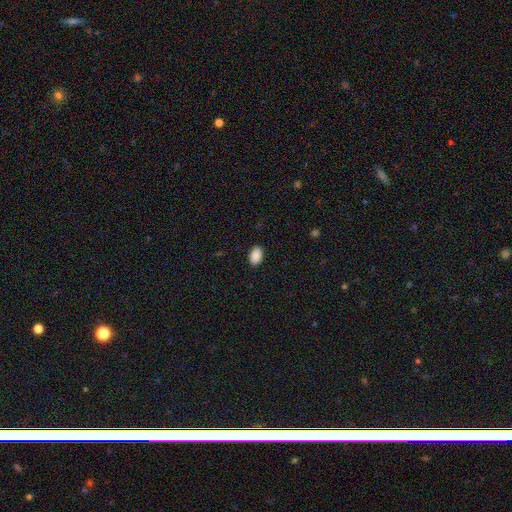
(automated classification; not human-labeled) smooth_or_featured: smooth (p=0.90) [alt: star or artifact p=0.07]
how_rounded: in between (p=0.89) [alt: round p=0.10]
merging: none (p=0.90) [alt: minor disturbance p=0.07]